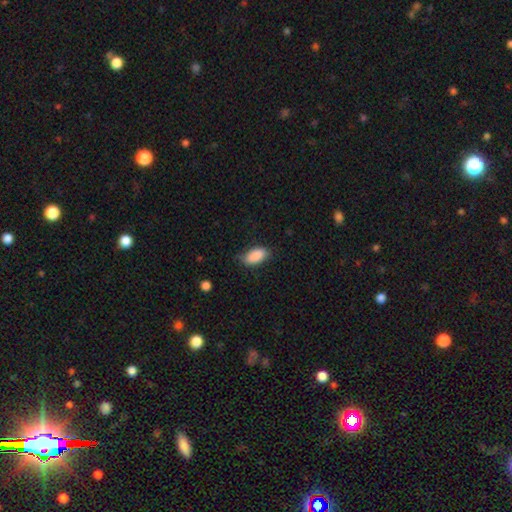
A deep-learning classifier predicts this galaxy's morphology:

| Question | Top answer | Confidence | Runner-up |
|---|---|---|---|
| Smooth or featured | smooth | 89% | star or artifact (7%) |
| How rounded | in between | 92% | cigar-shaped (4%) |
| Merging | none | 71% | minor disturbance (23%) |